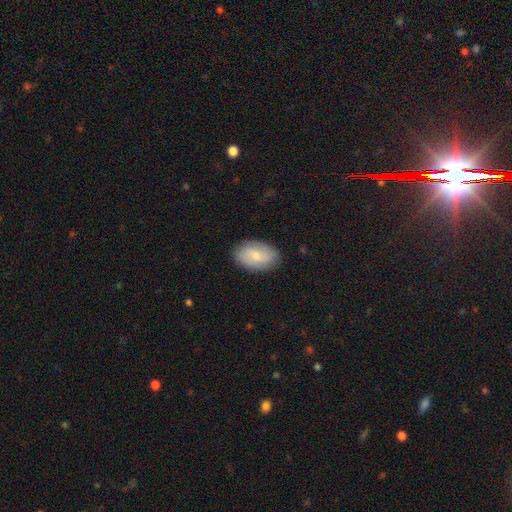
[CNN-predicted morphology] Smooth or featured?
  - smooth: 66% *
  - featured or disk: 28%
  - star or artifact: 6%
How rounded?
  - in between: 91% *
  - round: 7%
  - cigar-shaped: 2%
Merging?
  - none: 85% *
  - minor disturbance: 12%
  - major disturbance: 3%
  - merger: 1%